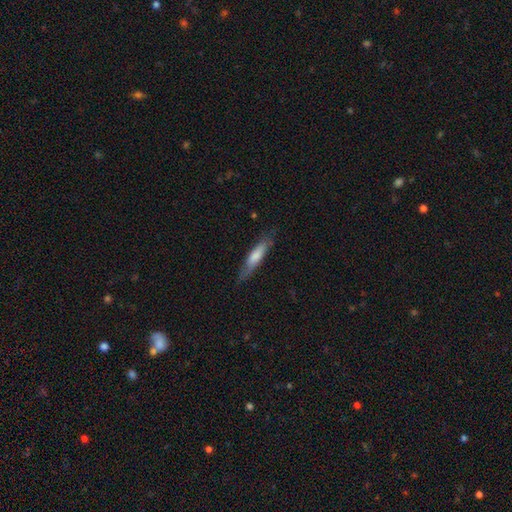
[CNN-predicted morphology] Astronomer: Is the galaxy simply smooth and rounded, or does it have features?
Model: smooth — 69%.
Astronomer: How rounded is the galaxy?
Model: cigar-shaped — 76%.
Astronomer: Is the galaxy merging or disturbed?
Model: none — 75%.